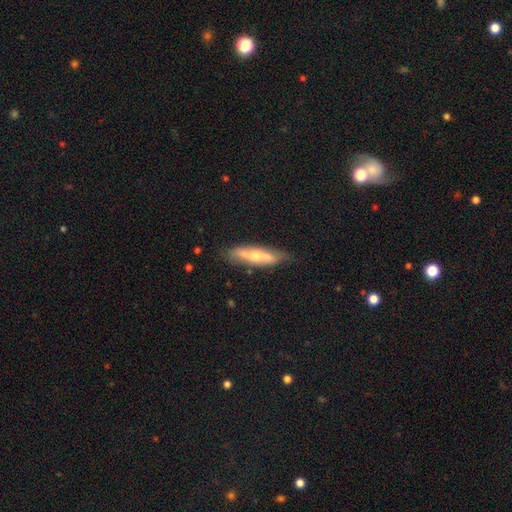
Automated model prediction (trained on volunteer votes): Smooth or featured? Predicted: featured or disk (p=0.53). Edge-on disk? Predicted: yes (p=0.73). Merging? Predicted: none (p=0.81).